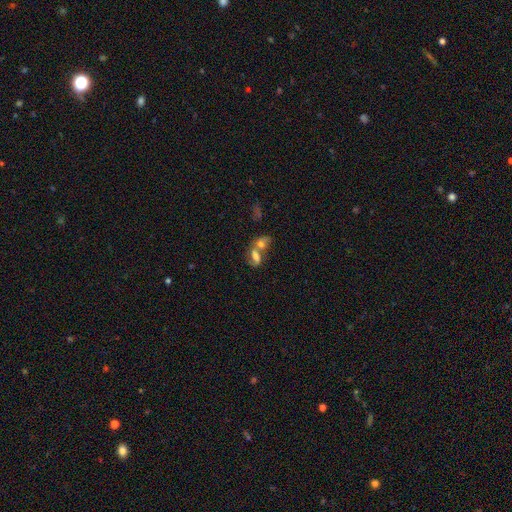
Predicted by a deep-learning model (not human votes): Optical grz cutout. It shows a smooth galaxy with no disk features (54%) that is in between round and cigar-shaped (79%). Merging: merger (65%).